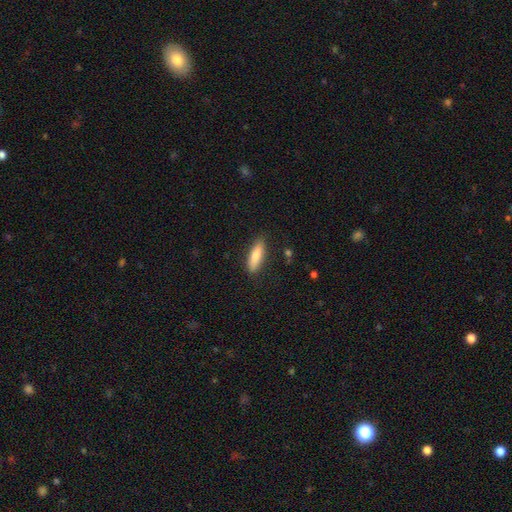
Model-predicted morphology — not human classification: Smooth or featured: smooth — 79% (featured or disk — 15%)
How rounded: cigar-shaped — 51% (in between — 47%)
Merging: none — 85% (minor disturbance — 11%)